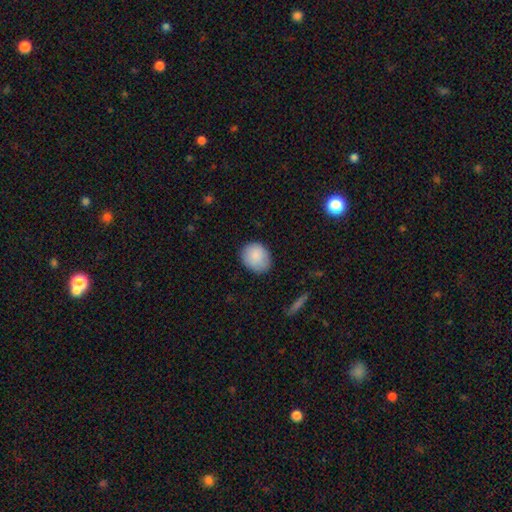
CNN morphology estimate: Q: Smooth or featured?
A: smooth (88%); runner-up: star or artifact (7%)
Q: How rounded?
A: round (64%); runner-up: in between (35%)
Q: Merging?
A: none (82%); runner-up: minor disturbance (14%)